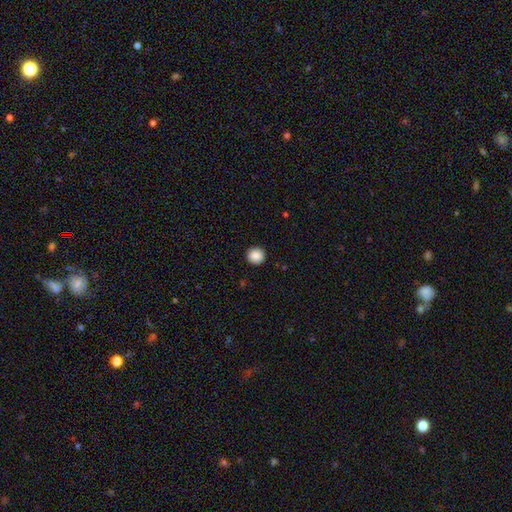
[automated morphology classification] type=smooth (88%); roundness=round (94%); merging=none (93%).